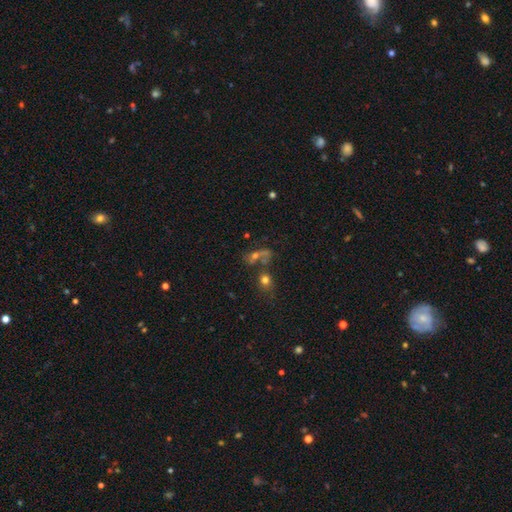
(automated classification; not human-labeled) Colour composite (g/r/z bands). It shows a smooth galaxy with no disk features (37%). Merging: none (39%).